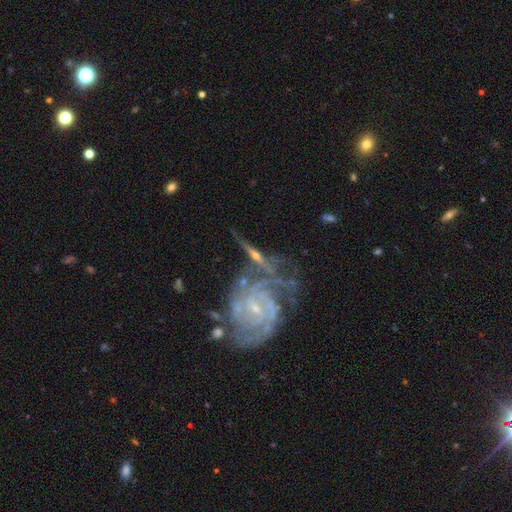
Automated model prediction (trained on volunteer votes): smooth-or-featured: featured or disk: 78% | smooth: 14% | star or artifact: 8%
  disk-edge-on: no: 51% | yes: 49%
  merging: none: 52% | minor disturbance: 19% | merger: 17% | major disturbance: 12%